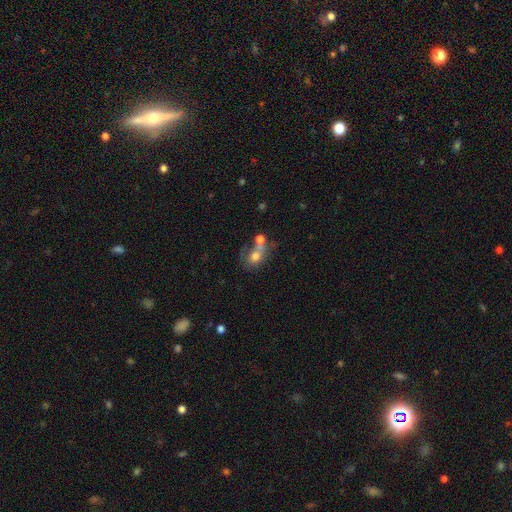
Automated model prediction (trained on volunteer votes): Smooth or featured: smooth — 67% (featured or disk — 22%)
How rounded: round — 55% (in between — 44%)
Merging: merger — 46% (none — 29%)